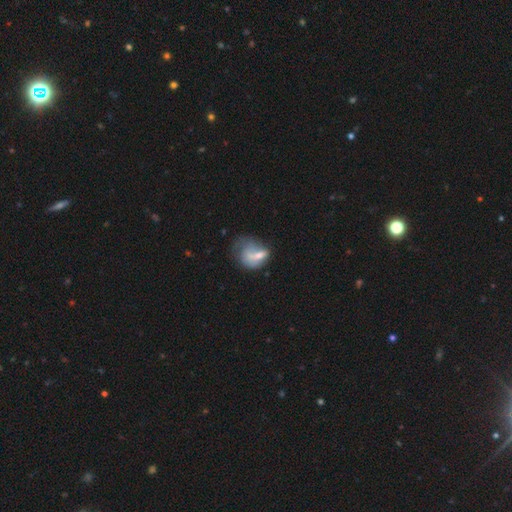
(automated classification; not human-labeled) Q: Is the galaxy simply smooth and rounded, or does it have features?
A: smooth — 53%.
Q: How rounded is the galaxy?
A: in between — 60%.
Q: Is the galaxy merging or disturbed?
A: major disturbance — 39%.